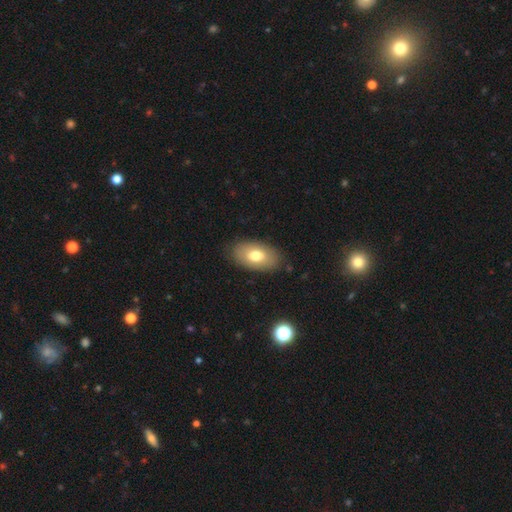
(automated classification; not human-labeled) Smooth or featured? Predicted: smooth (p=0.73). How rounded? Predicted: in between (p=0.93). Merging? Predicted: none (p=0.85).